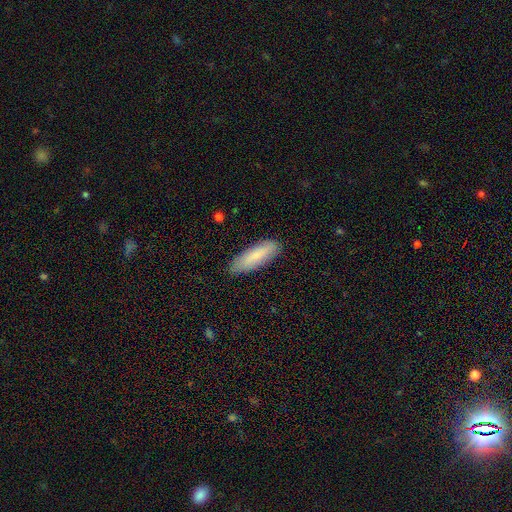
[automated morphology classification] Smooth or featured? smooth (76%)
How rounded? in between (49%, tied with cigar-shaped)
Merging? none (84%)